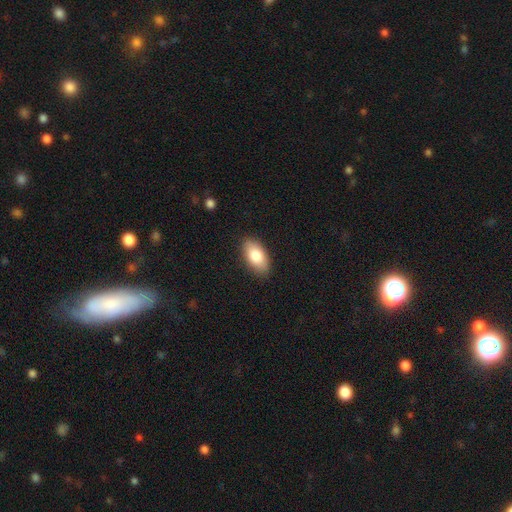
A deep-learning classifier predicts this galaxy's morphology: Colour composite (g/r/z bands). It shows a smooth galaxy with no disk features (83%) that is in between round and cigar-shaped (93%). Merging: none (87%).